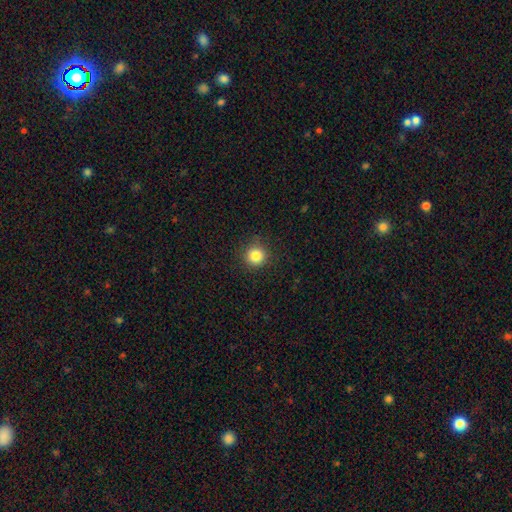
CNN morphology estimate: Overall: smooth (83%). How rounded: round (94%). Merging: none (89%).